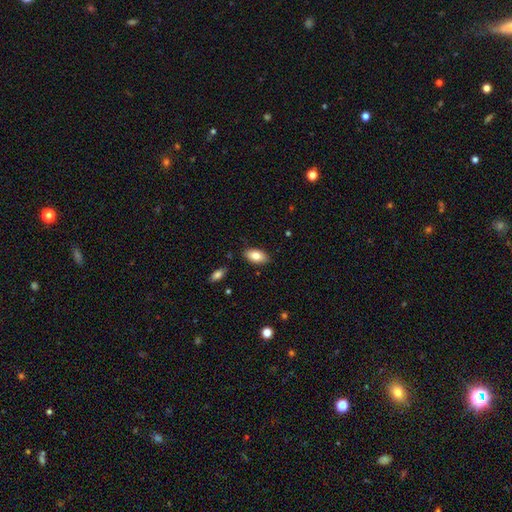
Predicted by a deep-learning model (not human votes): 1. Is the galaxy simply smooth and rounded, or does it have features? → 81% smooth, 12% featured or disk, 7% star or artifact.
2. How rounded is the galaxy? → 93% in between, 3% cigar-shaped, 3% round.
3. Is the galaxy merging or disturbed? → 85% none, 11% minor disturbance, 2% major disturbance, 2% merger.